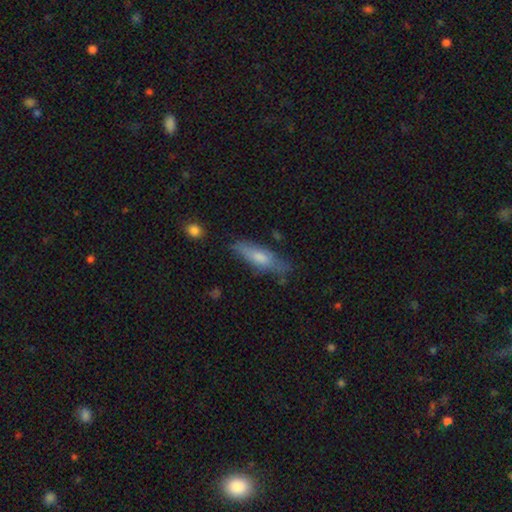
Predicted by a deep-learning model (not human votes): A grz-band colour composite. It shows a smooth galaxy with no disk features (55%) that is cigar-shaped (65%). Merging: none (73%).